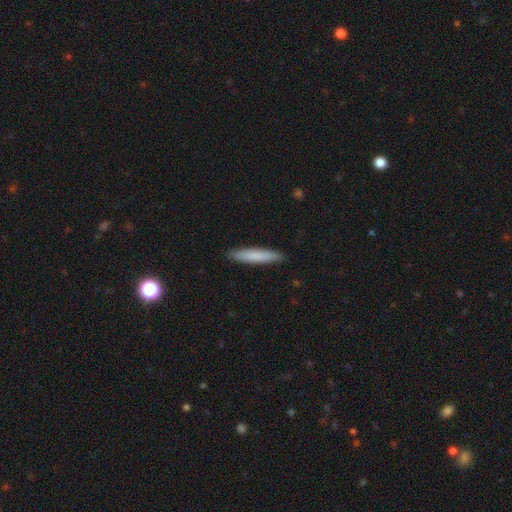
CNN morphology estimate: The model was most divided on "smooth or featured": smooth: 81%, featured or disk: 14%, star or artifact: 6%. More confident: how rounded — cigar-shaped (91%); merging — none (90%).